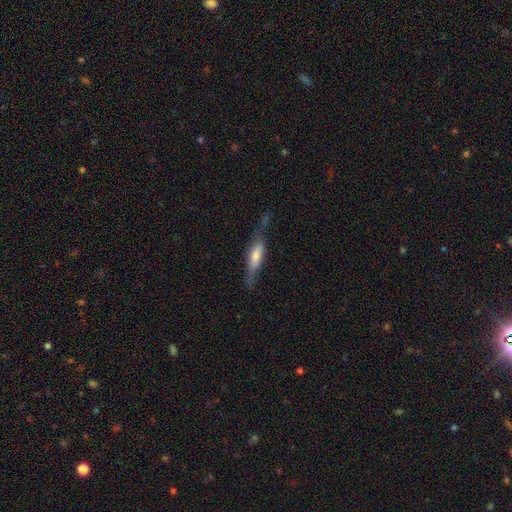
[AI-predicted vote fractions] The model was most divided on "smooth or featured": featured or disk: 48%, smooth: 44%, star or artifact: 7%. More confident: merging — none (55%).